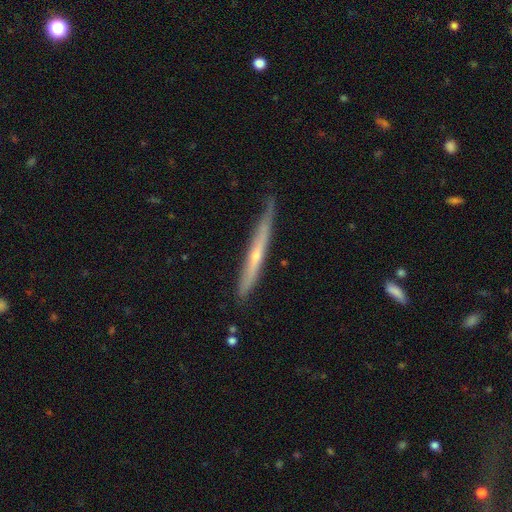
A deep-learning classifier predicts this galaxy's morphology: The model was most divided on "edge-on bulge": rounded: 60%, none: 37%, boxy: 3%. More confident: edge-on disk — yes (95%); merging — none (75%); smooth or featured — featured or disk (66%).